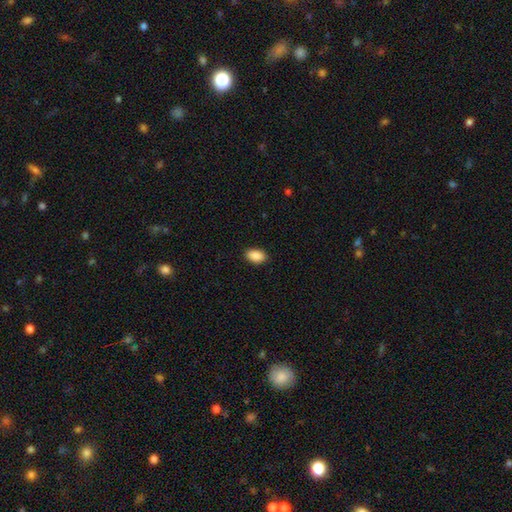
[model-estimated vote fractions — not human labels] Smooth or featured?
  - smooth: 90% *
  - star or artifact: 7%
  - featured or disk: 3%
How rounded?
  - in between: 91% *
  - round: 8%
  - cigar-shaped: 2%
Merging?
  - none: 89% *
  - minor disturbance: 8%
  - major disturbance: 2%
  - merger: 1%